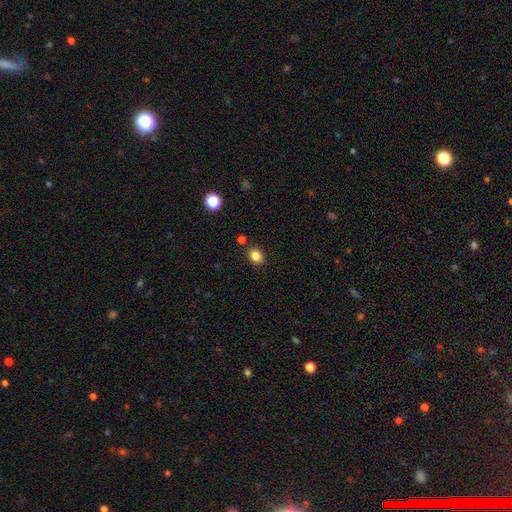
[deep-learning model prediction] Smooth or featured? smooth (84%)
How rounded? round (60%)
Merging? none (86%)